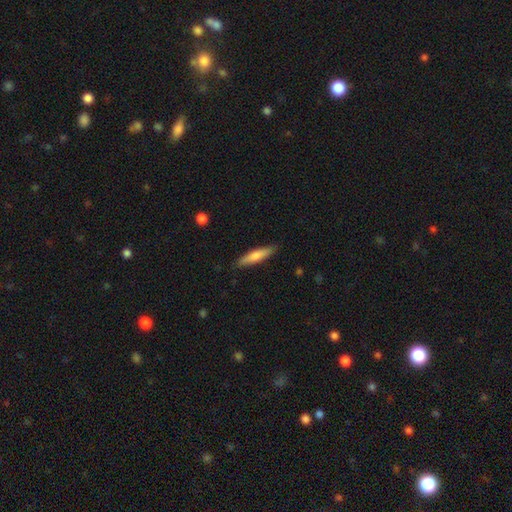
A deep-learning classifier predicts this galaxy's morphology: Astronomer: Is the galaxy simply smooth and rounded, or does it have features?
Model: smooth — 72%.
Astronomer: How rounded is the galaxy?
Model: cigar-shaped — 81%.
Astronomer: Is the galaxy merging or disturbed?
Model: none — 87%.